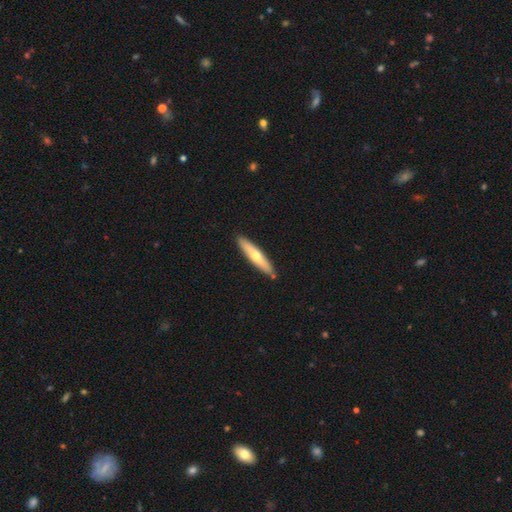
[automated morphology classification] Smooth or featured?
  - smooth: 53% *
  - featured or disk: 42%
  - star or artifact: 5%
How rounded?
  - cigar-shaped: 86% *
  - in between: 13%
  - round: 1%
Merging?
  - none: 87% *
  - minor disturbance: 9%
  - merger: 3%
  - major disturbance: 2%